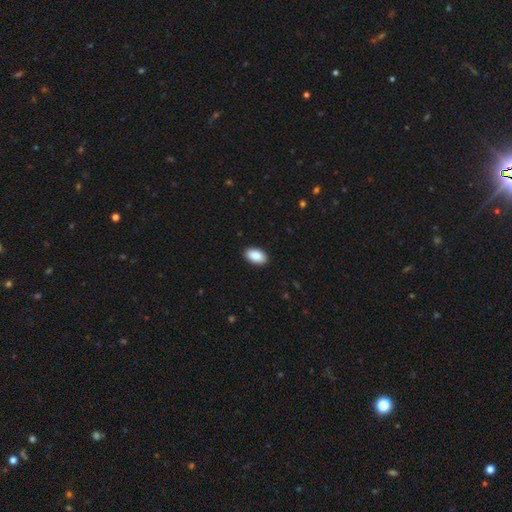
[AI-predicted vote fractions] The model was most divided on "smooth or featured": smooth: 90%, star or artifact: 6%, featured or disk: 4%. More confident: how rounded — in between (95%); merging — none (91%).